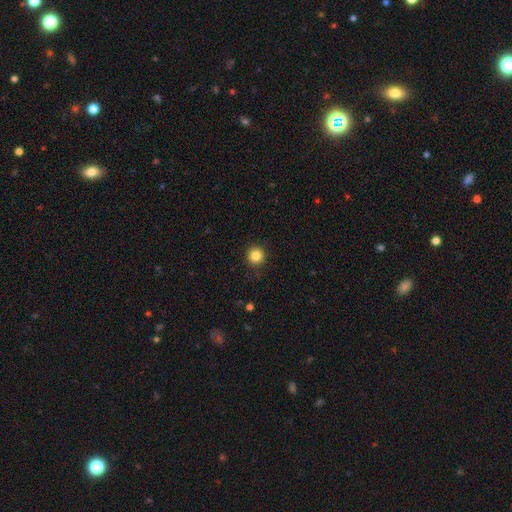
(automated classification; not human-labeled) Smooth or featured? smooth (85%)
How rounded? round (95%)
Merging? none (92%)